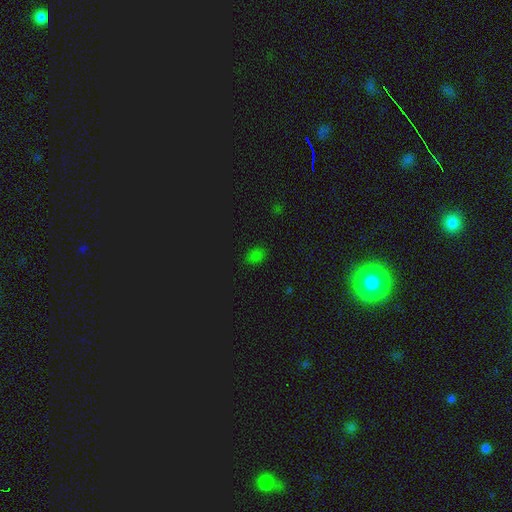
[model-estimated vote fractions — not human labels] Overall: smooth (67%; star or artifact 29%). How rounded: in between (70%). Merging: none (84%).